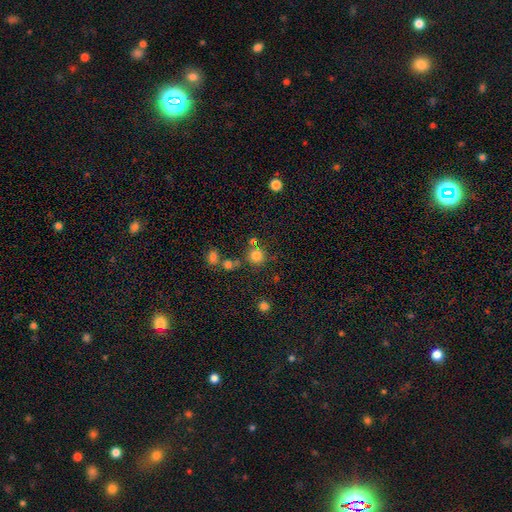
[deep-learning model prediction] Overall: smooth (77%). How rounded: round (91%). Merging: none (71%).